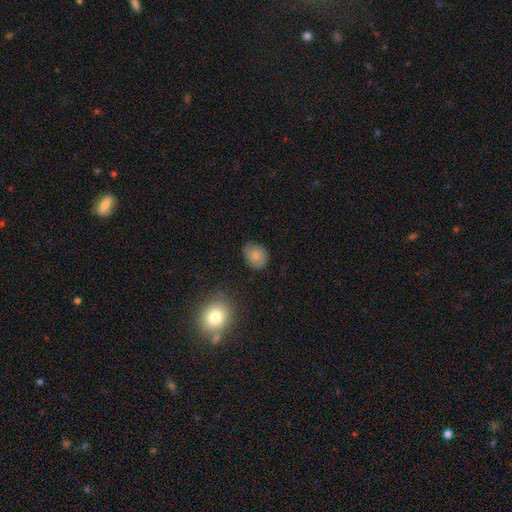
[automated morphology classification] Smooth or featured?
  - smooth: 78% *
  - featured or disk: 13%
  - star or artifact: 9%
How rounded?
  - round: 60% *
  - in between: 39%
  - cigar-shaped: 1%
Merging?
  - none: 76% *
  - minor disturbance: 19%
  - major disturbance: 4%
  - merger: 2%